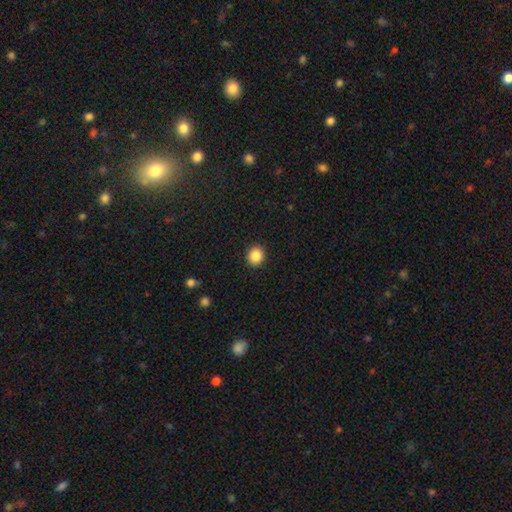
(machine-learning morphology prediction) A smooth galaxy with no disk features (87%) that is round (81%). Merging: none (92%).